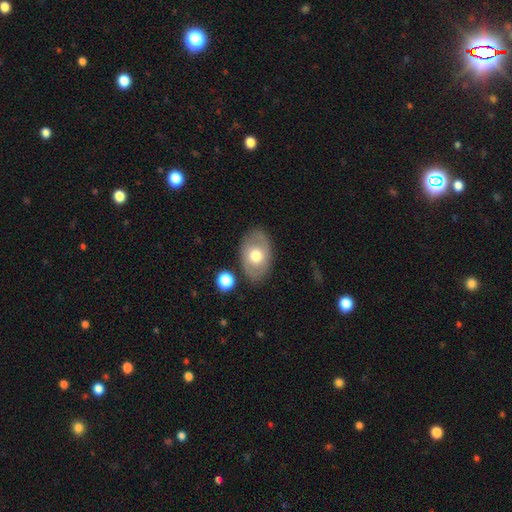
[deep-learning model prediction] This appears to be a smooth galaxy with no disk features (56%) that is in between round and cigar-shaped (84%). Merging: none (81%).